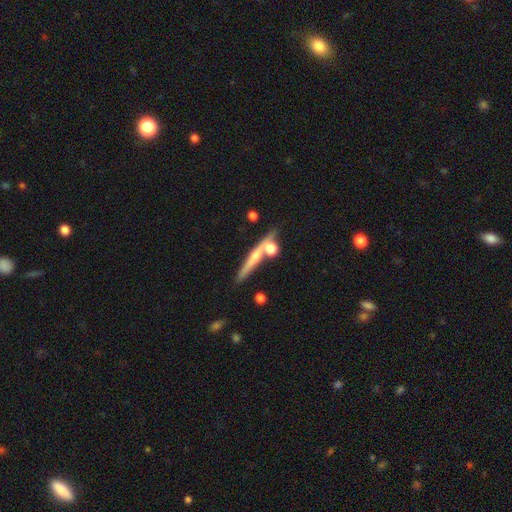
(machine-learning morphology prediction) A featured or disk galaxy (46%). Merging: none (68%).